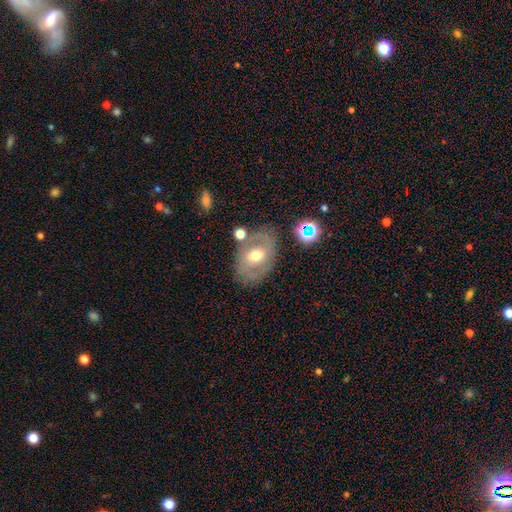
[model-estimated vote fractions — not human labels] Overall: featured or disk (53%; smooth 37%). Edge-on disk: no (92%). Merging: none (70%).